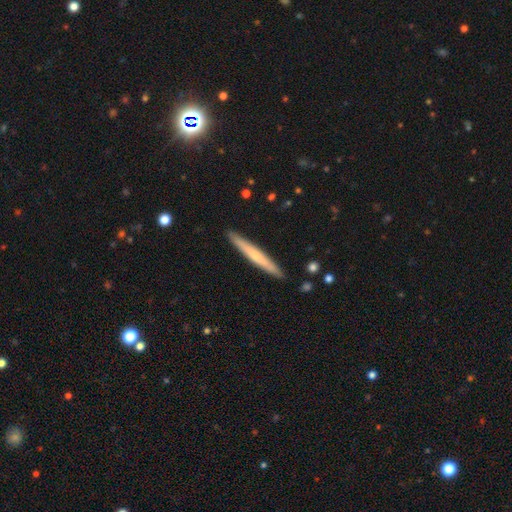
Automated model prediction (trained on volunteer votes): A smooth galaxy with no disk features (54%) that is cigar-shaped (97%). Merging: none (91%).